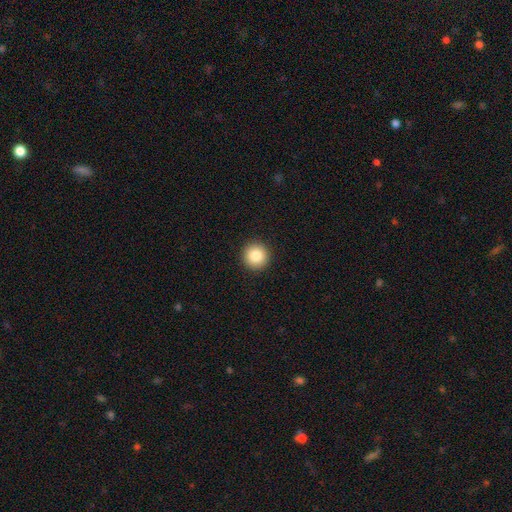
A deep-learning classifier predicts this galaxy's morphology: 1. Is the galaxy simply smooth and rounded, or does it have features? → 85% smooth, 9% star or artifact, 6% featured or disk.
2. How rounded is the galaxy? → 95% round, 4% in between, 1% cigar-shaped.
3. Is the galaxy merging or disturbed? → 93% none, 4% minor disturbance, 1% major disturbance, 1% merger.